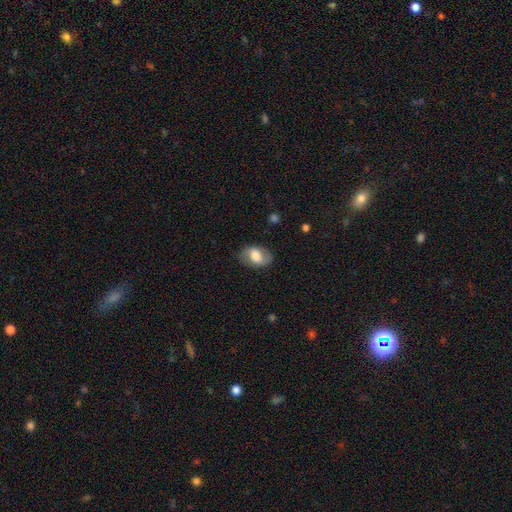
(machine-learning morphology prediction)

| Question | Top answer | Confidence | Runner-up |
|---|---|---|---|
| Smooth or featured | smooth | 62% | featured or disk (31%) |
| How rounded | in between | 84% | round (14%) |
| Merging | none | 76% | minor disturbance (17%) |